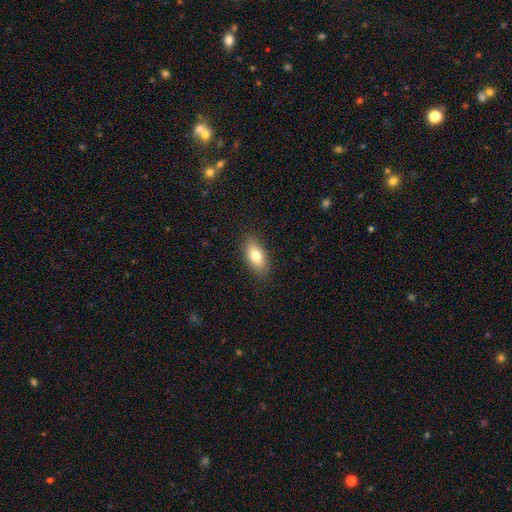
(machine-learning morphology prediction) The model was most divided on "smooth or featured": smooth: 78%, featured or disk: 14%, star or artifact: 7%. More confident: merging — none (86%); how rounded — in between (86%).